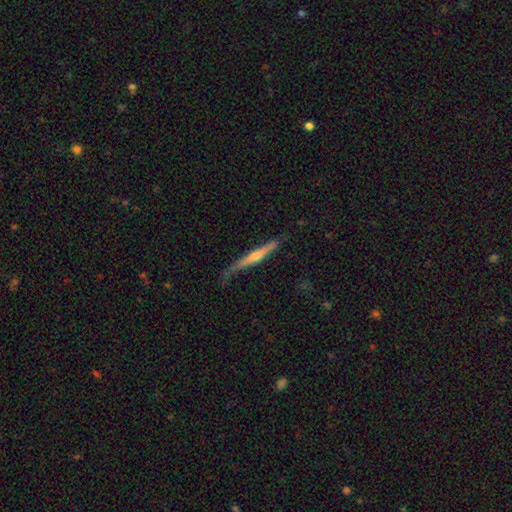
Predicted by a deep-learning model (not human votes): smooth_or_featured: featured or disk (p=0.69) [alt: smooth p=0.25]
disk_edge_on: yes (p=0.95) [alt: no p=0.05]
edge_on_bulge: rounded (p=0.75) [alt: none p=0.20]
merging: none (p=0.65) [alt: minor disturbance p=0.27]